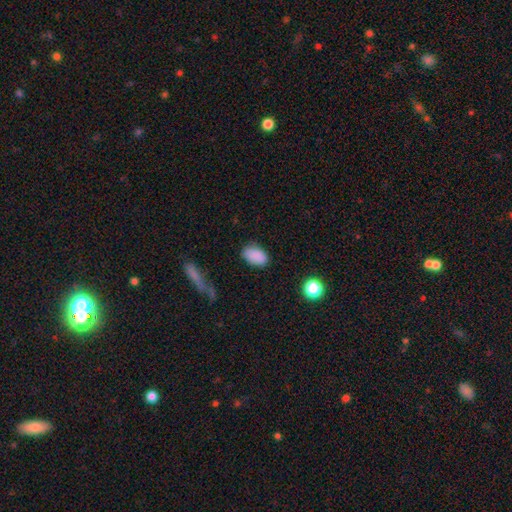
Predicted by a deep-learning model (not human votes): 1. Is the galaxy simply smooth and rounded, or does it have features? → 87% smooth, 9% star or artifact, 5% featured or disk.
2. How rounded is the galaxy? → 90% in between, 9% round, 1% cigar-shaped.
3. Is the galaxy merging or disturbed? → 79% none, 15% minor disturbance, 4% major disturbance, 2% merger.